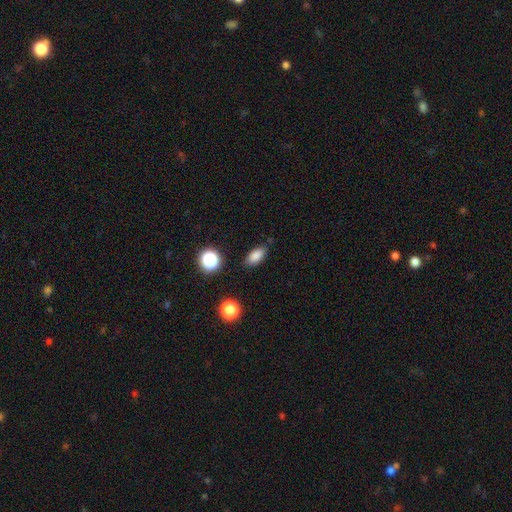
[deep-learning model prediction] smooth 83%, star or artifact 11%, featured or disk 6%. Down the decision tree: how rounded — in between (85%); merging — none (83%).